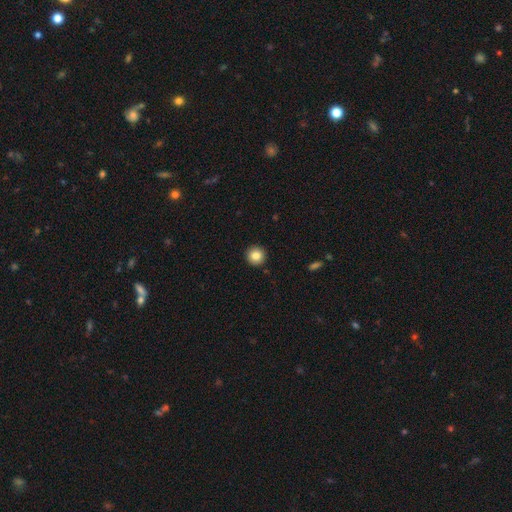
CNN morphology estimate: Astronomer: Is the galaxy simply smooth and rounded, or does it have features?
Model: smooth — 83%.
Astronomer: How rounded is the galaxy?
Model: round — 96%.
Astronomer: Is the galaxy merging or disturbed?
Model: none — 93%.